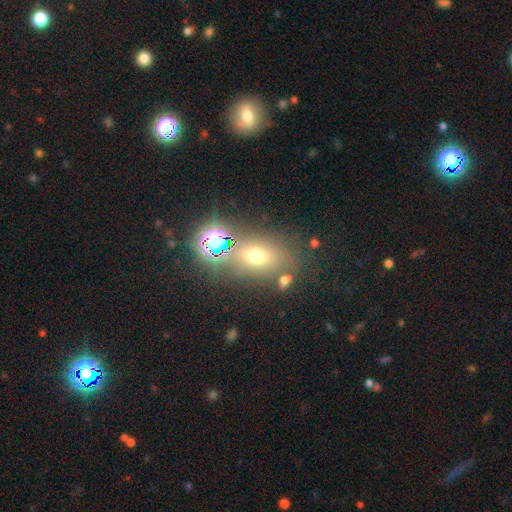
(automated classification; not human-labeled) This appears to be a smooth galaxy with no disk features (57%) that is in between round and cigar-shaped (68%). Merging: none (69%).